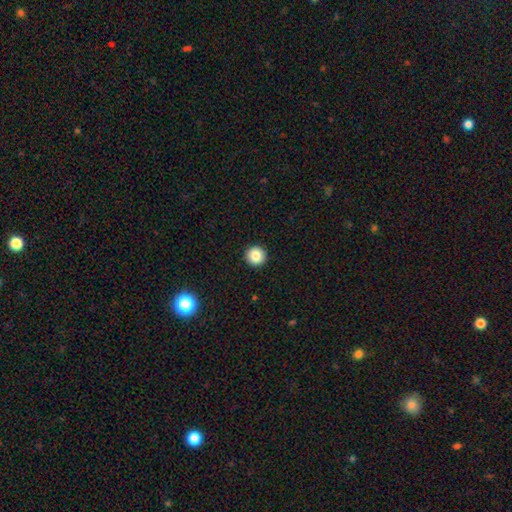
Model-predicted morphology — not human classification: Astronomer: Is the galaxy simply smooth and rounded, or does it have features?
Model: smooth — 85%.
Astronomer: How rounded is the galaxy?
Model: round — 96%.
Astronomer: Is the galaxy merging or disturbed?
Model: none — 93%.